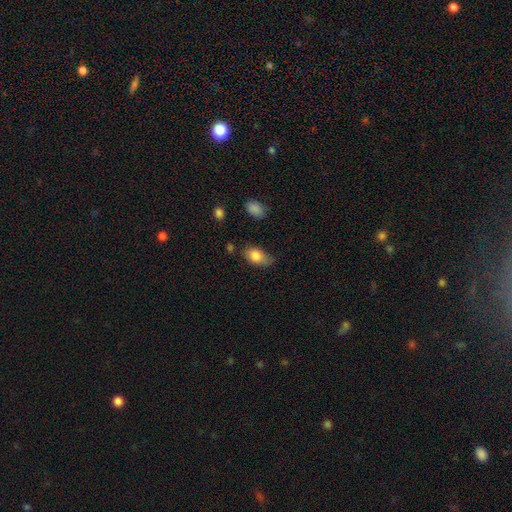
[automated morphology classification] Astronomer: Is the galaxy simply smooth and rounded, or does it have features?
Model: smooth — 82%.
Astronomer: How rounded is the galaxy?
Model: in between — 90%.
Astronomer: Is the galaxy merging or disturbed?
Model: none — 56% (runner-up: minor disturbance, 34%).